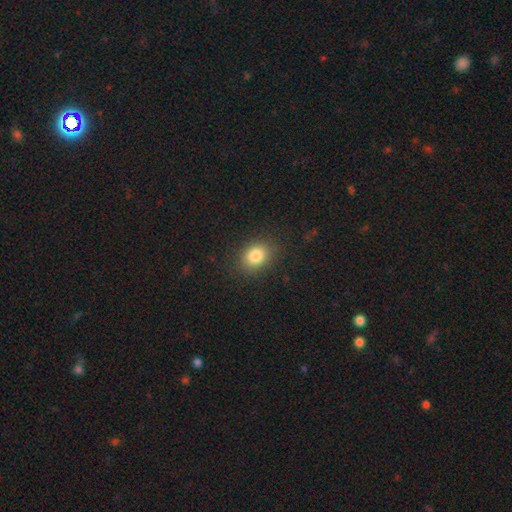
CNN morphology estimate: Smooth or featured: smooth — 83% (star or artifact — 10%)
How rounded: in between — 53% (round — 46%)
Merging: none — 86% (minor disturbance — 10%)